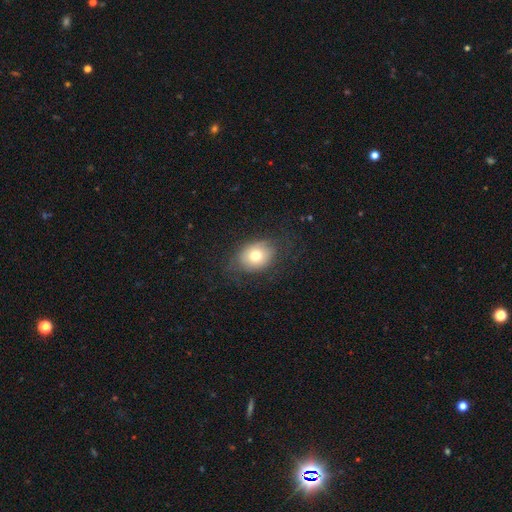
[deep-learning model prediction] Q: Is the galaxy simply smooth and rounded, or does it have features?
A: smooth — 71%.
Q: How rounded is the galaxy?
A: in between — 55%.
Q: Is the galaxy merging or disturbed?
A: none — 71%.